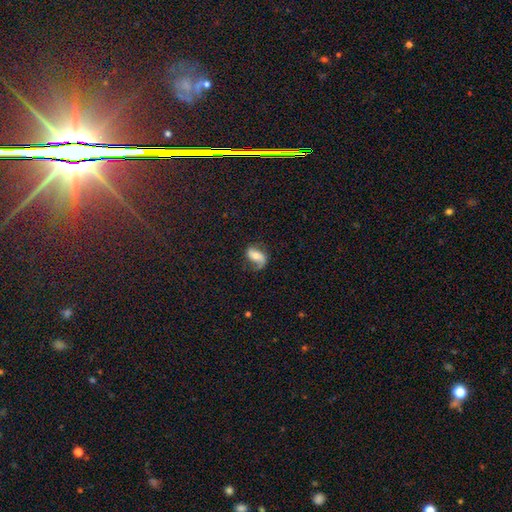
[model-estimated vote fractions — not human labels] Smooth or featured?
  - featured or disk: 60% *
  - smooth: 31%
  - star or artifact: 8%
Edge-on disk?
  - no: 95% *
  - yes: 5%
Bar?
  - no: 42% *
  - weak: 34%
  - strong: 24%
Spiral arms?
  - yes: 88% *
  - no: 12%
Spiral winding?
  - loose: 57% *
  - medium: 30%
  - tight: 13%
Spiral arm count?
  - 2: 63% *
  - 1: 30%
  - can't tell: 5%
  - 3: 1%
  - more than 4: 1%
  - 4: 1%
Bulge size?
  - moderate: 58% *
  - small: 29%
  - large: 8%
  - none: 3%
  - dominant: 2%
Merging?
  - none: 57% *
  - minor disturbance: 23%
  - major disturbance: 18%
  - merger: 2%